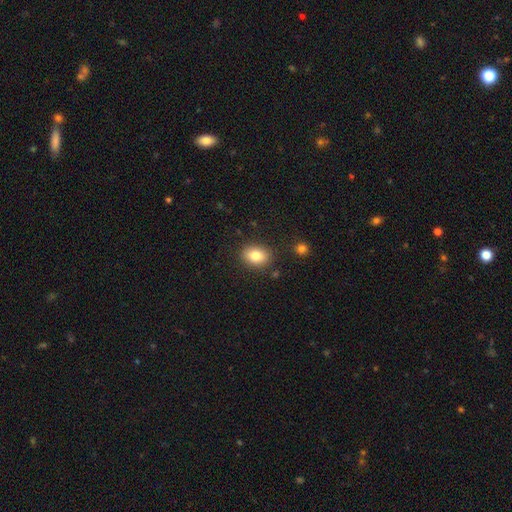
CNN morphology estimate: smooth 83%, star or artifact 9%, featured or disk 8%. Down the decision tree: how rounded — in between (72%); merging — none (84%).